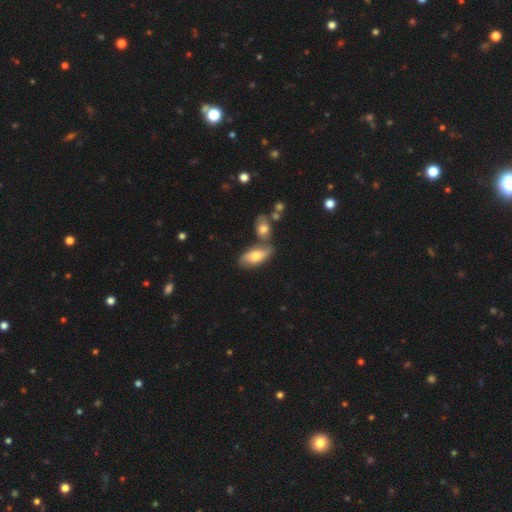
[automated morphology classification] Smooth or featured?
  - smooth: 59% *
  - featured or disk: 35%
  - star or artifact: 7%
How rounded?
  - in between: 87% *
  - cigar-shaped: 9%
  - round: 4%
Merging?
  - none: 45% *
  - merger: 35%
  - minor disturbance: 15%
  - major disturbance: 6%